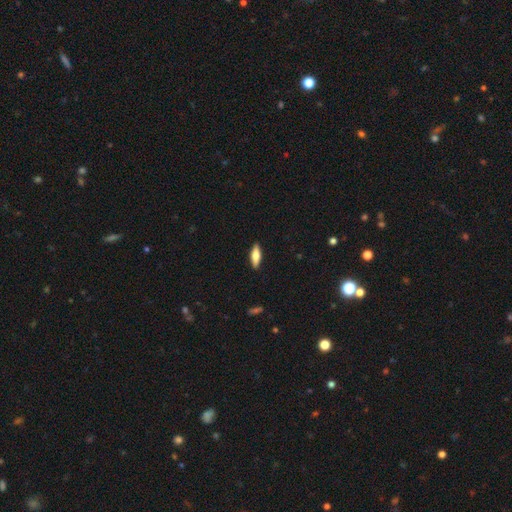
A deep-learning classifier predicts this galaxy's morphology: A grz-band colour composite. It shows a smooth galaxy with no disk features (71%) that is in between round and cigar-shaped (52%). Merging: none (89%).